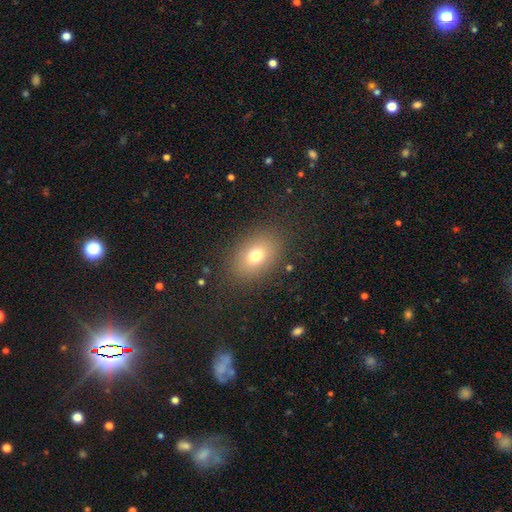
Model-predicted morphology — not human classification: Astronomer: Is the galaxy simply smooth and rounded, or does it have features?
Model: smooth — 74%.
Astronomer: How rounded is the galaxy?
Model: in between — 75%.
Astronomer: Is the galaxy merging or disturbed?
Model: none — 84%.